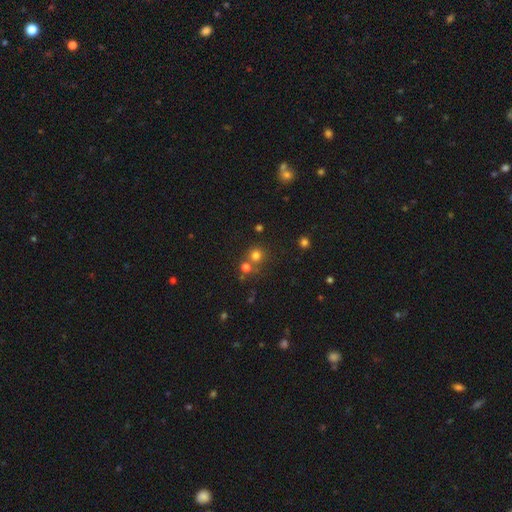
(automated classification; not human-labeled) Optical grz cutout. It shows a smooth galaxy with no disk features (72%) that is round (89%). Merging: none (58%).